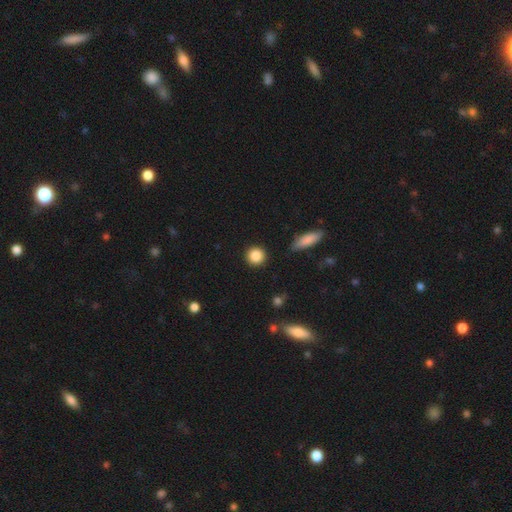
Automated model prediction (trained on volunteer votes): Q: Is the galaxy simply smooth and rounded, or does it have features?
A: smooth — 86%.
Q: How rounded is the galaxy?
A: round — 92%.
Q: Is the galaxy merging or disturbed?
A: none — 90%.